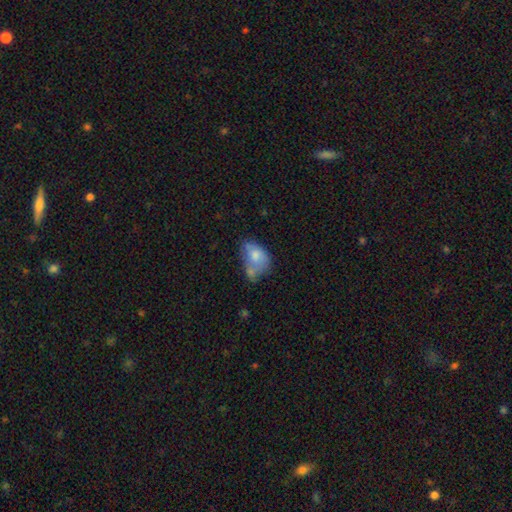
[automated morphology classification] The model was most divided on "merging": merger: 32%, minor disturbance: 25%, none: 25%, major disturbance: 18%. More confident: how rounded — in between (83%); smooth or featured — smooth (63%).